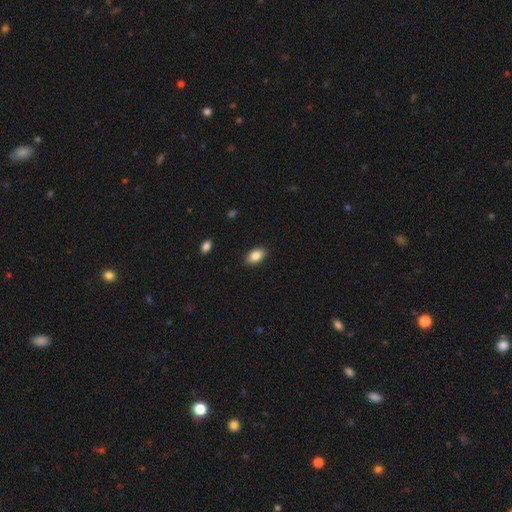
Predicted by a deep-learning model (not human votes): Overall: smooth (86%). How rounded: in between (91%). Merging: none (88%).